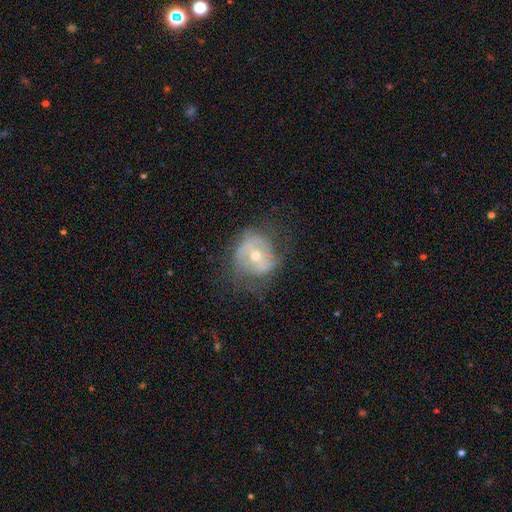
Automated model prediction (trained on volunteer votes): smooth-or-featured: featured or disk: 61% | smooth: 29% | star or artifact: 10%
  disk-edge-on: no: 95% | yes: 5%
    bar: no: 50% | weak: 32% | strong: 18%
    has-spiral-arms: yes: 53% | no: 47%
    bulge-size: moderate: 52% | small: 44% | large: 2% | none: 1% | dominant: 1%
  merging: none: 54% | minor disturbance: 25% | major disturbance: 20% | merger: 2%